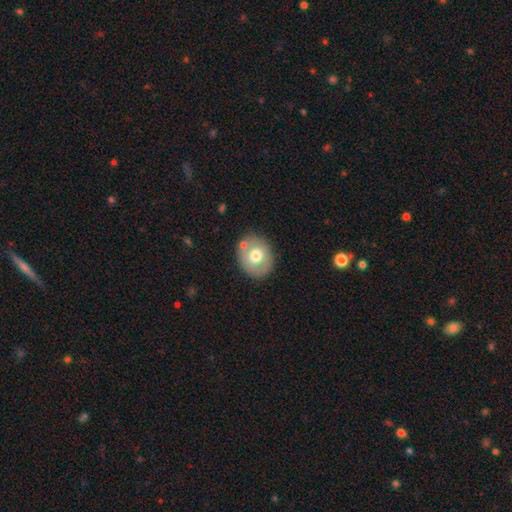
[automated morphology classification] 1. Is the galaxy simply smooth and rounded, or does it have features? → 65% smooth, 28% featured or disk, 7% star or artifact.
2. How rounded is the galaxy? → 63% round, 36% in between, 1% cigar-shaped.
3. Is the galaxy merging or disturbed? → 77% none, 12% minor disturbance, 8% merger, 4% major disturbance.